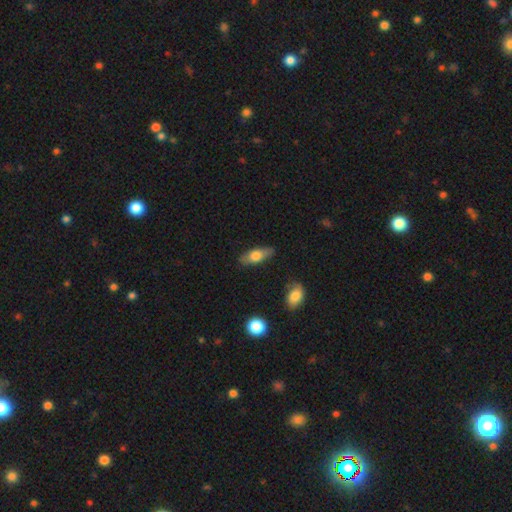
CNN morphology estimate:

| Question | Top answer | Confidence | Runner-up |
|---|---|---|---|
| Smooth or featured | smooth | 64% | featured or disk (30%) |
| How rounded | in between | 71% | cigar-shaped (26%) |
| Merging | none | 82% | minor disturbance (13%) |